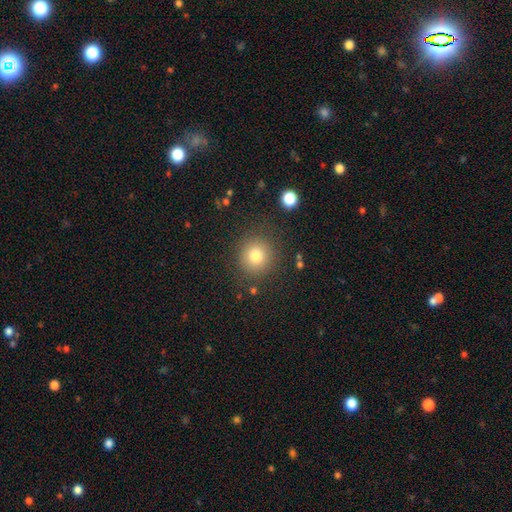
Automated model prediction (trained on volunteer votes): A smooth galaxy with no disk features (79%) that is round (92%). Merging: none (86%).